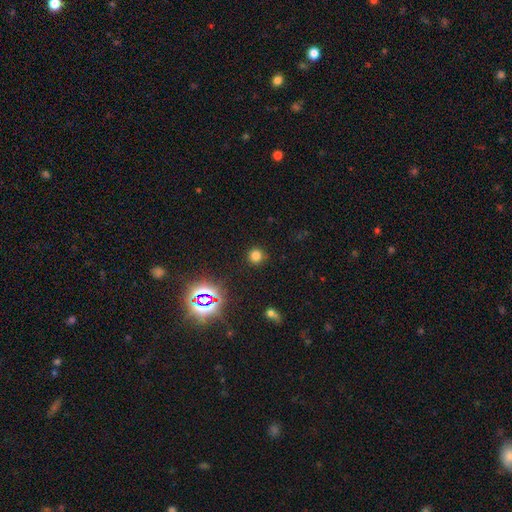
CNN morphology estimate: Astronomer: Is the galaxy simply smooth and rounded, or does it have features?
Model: smooth — 73%.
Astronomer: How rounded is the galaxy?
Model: round — 93%.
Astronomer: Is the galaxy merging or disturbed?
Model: none — 88%.